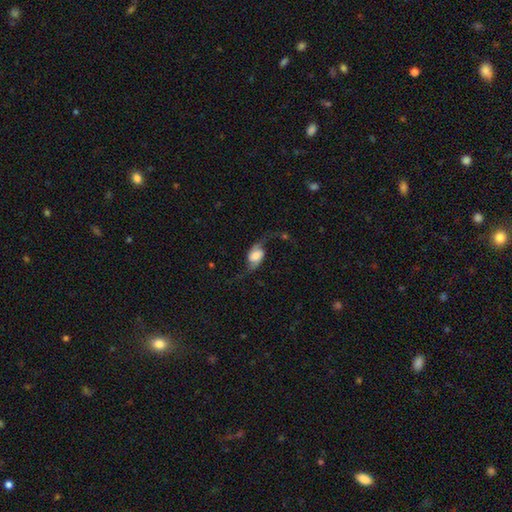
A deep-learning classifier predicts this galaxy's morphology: This is likely a featured or disk galaxy (70%). It is clearly not viewed edge-on (94%). Bar: possibly no (50%). Spiral arm pattern: clearly yes (93%). Spiral arm count: clearly 2 (91%). Spiral winding: clearly loose (86%). Central bulge: marginally moderate (32%). Merging: possibly none (59%).